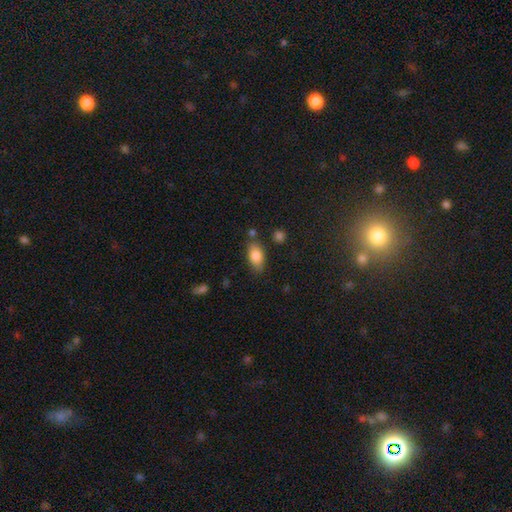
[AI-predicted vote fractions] Overall: smooth (83%). How rounded: in between (89%). Merging: none (76%).